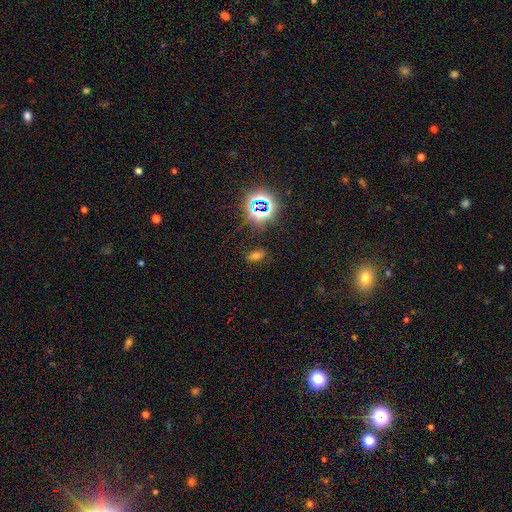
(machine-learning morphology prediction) Smooth or featured? Predicted: smooth (p=0.52). How rounded? Predicted: in between (p=0.80). Merging? Predicted: none (p=0.81).